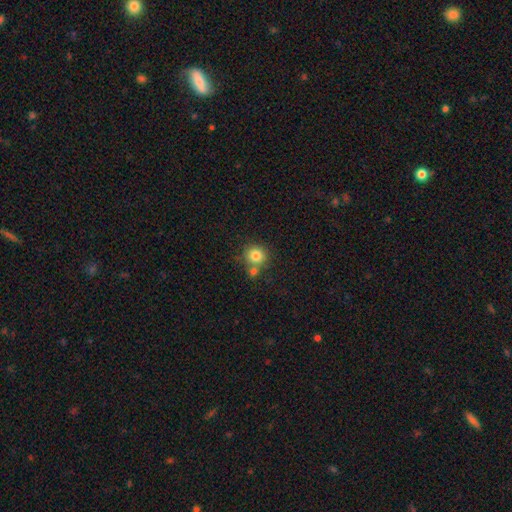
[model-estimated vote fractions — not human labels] Smooth or featured?
  - smooth: 82% *
  - star or artifact: 11%
  - featured or disk: 7%
How rounded?
  - round: 91% *
  - in between: 8%
  - cigar-shaped: 1%
Merging?
  - none: 65% *
  - merger: 23%
  - minor disturbance: 9%
  - major disturbance: 3%